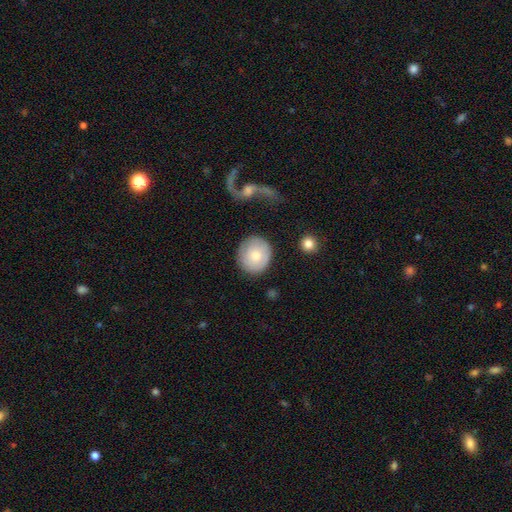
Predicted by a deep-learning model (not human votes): smooth 67%, featured or disk 26%, star or artifact 6%. Down the decision tree: how rounded — round (84%); merging — none (81%).